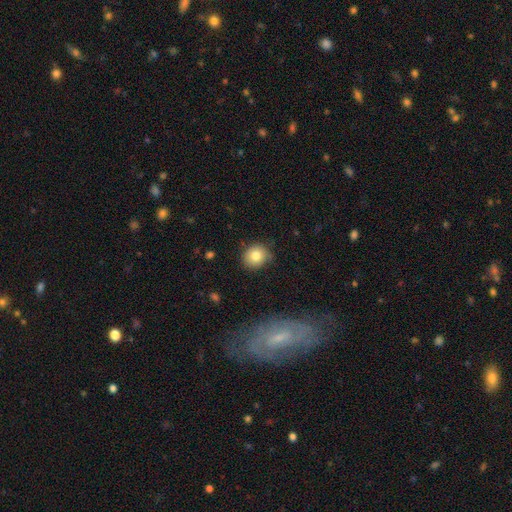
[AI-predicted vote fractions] Smooth or featured? smooth (81%)
How rounded? round (84%)
Merging? none (79%)